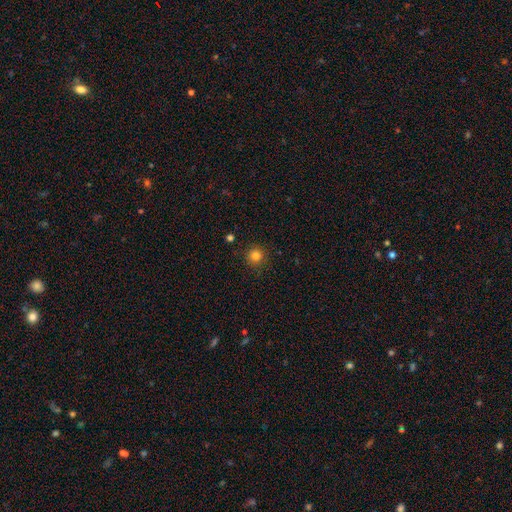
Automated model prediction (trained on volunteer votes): This appears to be a smooth galaxy with no disk features (81%) that is round (95%). Merging: none (90%).